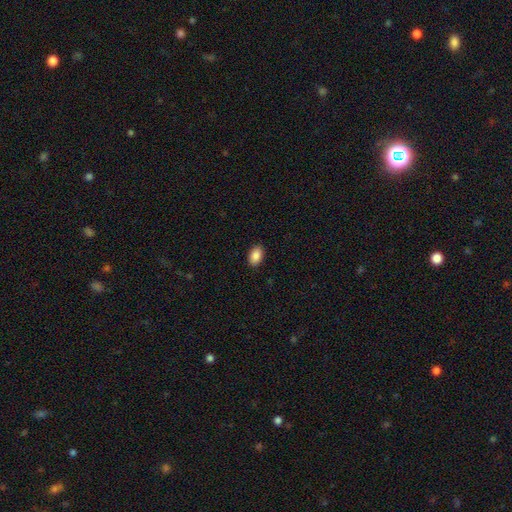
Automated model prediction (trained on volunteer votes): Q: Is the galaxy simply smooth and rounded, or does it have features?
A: smooth — 89%.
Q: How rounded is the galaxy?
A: in between — 90%.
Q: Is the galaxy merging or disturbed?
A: none — 90%.